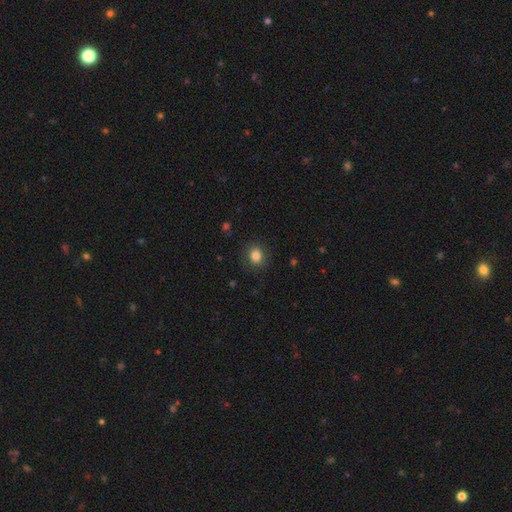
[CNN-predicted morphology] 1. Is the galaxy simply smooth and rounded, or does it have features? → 83% smooth, 11% star or artifact, 6% featured or disk.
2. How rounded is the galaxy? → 70% round, 29% in between, 1% cigar-shaped.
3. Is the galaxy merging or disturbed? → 86% none, 10% minor disturbance, 3% major disturbance, 1% merger.